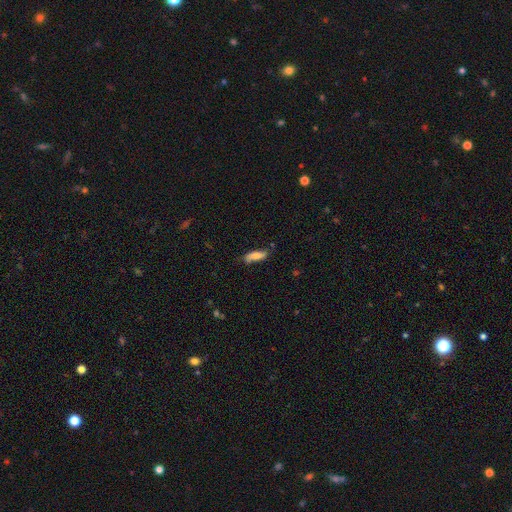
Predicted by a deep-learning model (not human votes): Overall: smooth (67%). How rounded: in between (51%; cigar-shaped 47%). Merging: none (70%).